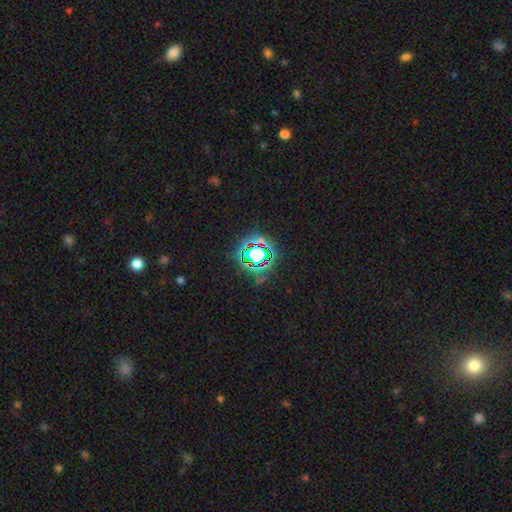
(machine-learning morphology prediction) smooth-or-featured: star or artifact: 71% | smooth: 18% | featured or disk: 11%